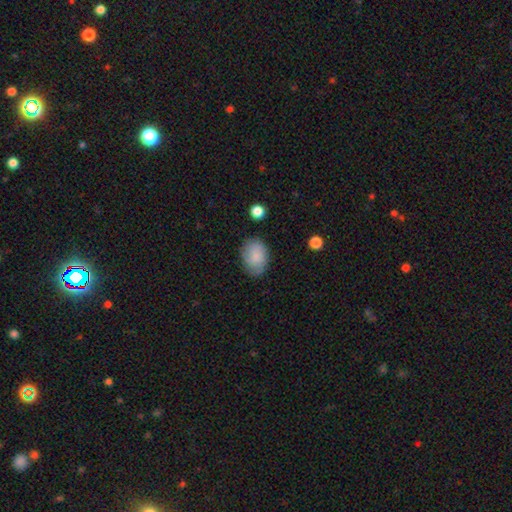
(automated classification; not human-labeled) A smooth galaxy with no disk features (80%) that is in between round and cigar-shaped (78%). Merging: none (73%).